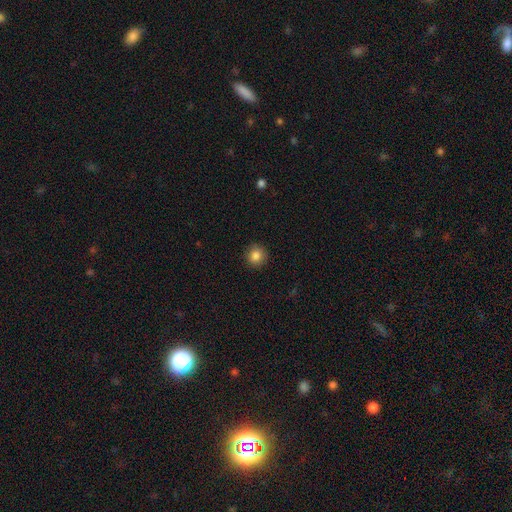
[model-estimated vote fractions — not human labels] This is clearly a smooth galaxy (85%). How rounded: clearly round (92%). Merging: clearly none (91%).